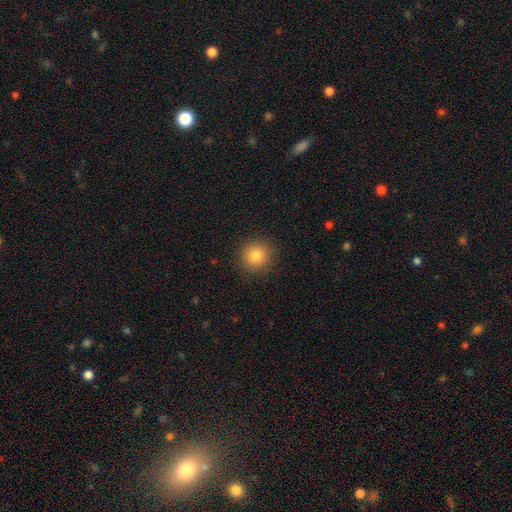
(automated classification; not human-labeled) Smooth or featured?
  - smooth: 82% *
  - star or artifact: 11%
  - featured or disk: 7%
How rounded?
  - round: 92% *
  - in between: 7%
  - cigar-shaped: 1%
Merging?
  - none: 89% *
  - minor disturbance: 7%
  - major disturbance: 2%
  - merger: 1%